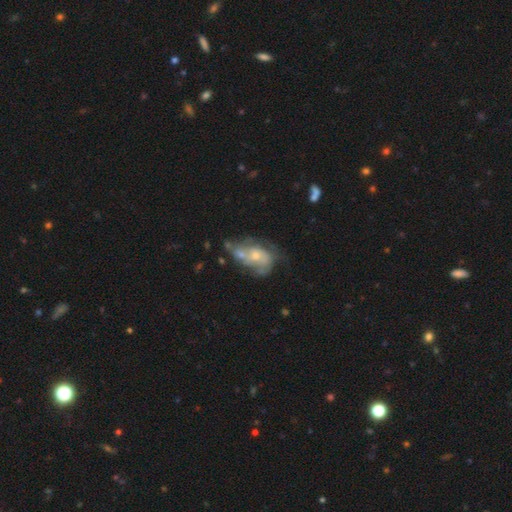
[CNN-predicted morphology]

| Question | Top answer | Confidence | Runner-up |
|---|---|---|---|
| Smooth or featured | featured or disk | 60% | smooth (31%) |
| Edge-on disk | no | 96% | yes (4%) |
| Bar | no | 80% | weak (17%) |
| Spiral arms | yes | 50% | tied: no (50%) |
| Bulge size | small | 44% | moderate (42%) |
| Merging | none | 29% | major disturbance (25%) |